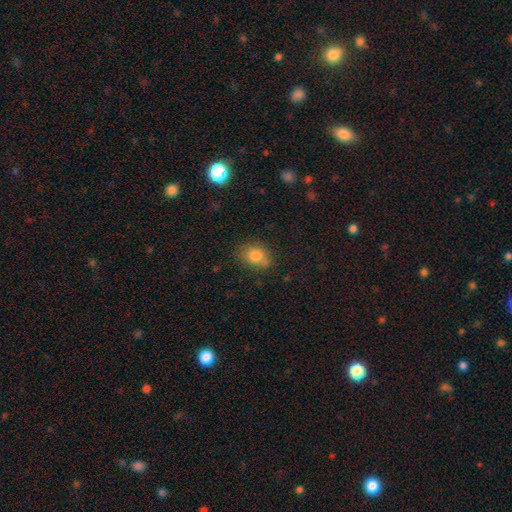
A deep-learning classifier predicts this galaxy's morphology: smooth 82%, star or artifact 10%, featured or disk 9%. Down the decision tree: how rounded — in between (54%); merging — none (68%).